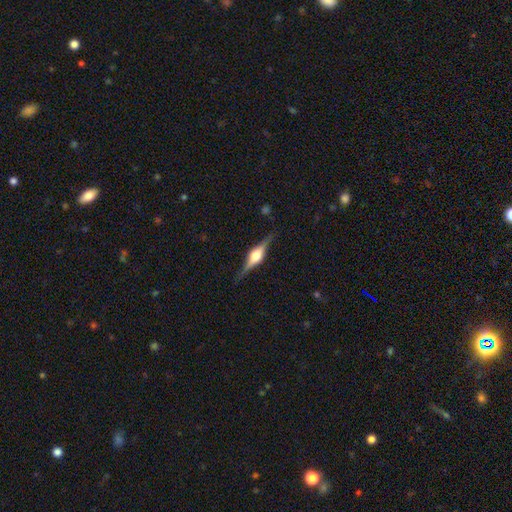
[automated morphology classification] This appears to be a featured or disk galaxy (81%) viewed edge-on (98%) with a rounded central bulge (90%). Merging: none (86%).